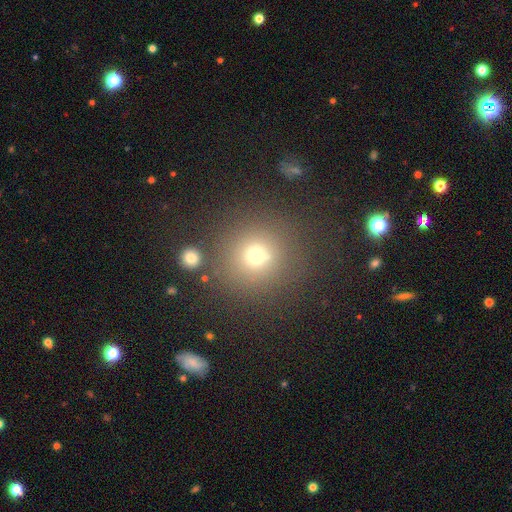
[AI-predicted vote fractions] smooth 70%, star or artifact 20%, featured or disk 10%. Down the decision tree: how rounded — round (91%); merging — none (76%).